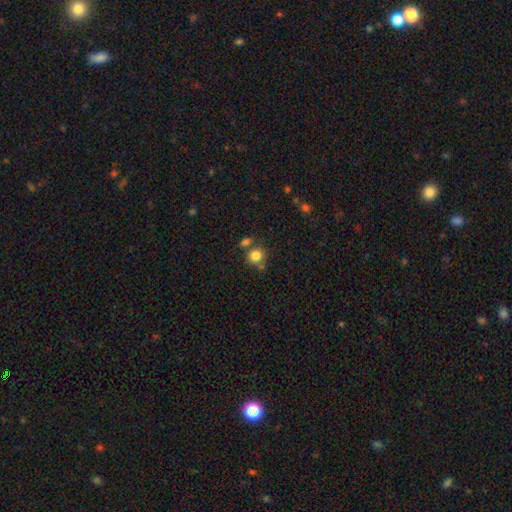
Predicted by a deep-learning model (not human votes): Q: Smooth or featured?
A: smooth (82%); runner-up: star or artifact (11%)
Q: How rounded?
A: round (85%); runner-up: in between (14%)
Q: Merging?
A: none (65%); runner-up: merger (19%)